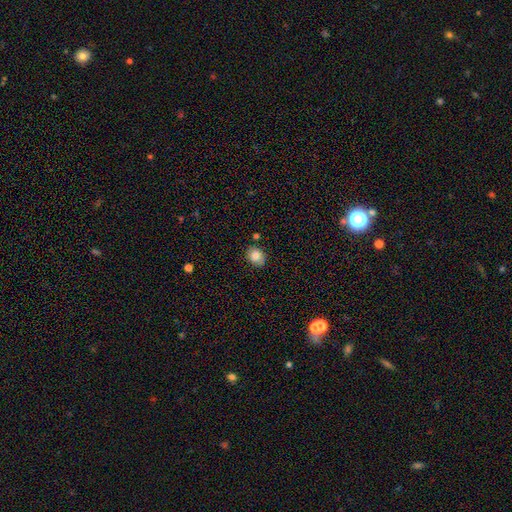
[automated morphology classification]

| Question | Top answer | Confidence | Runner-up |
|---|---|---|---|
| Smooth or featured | smooth | 82% | star or artifact (9%) |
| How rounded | round | 50% | in between (49%) |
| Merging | none | 77% | minor disturbance (17%) |